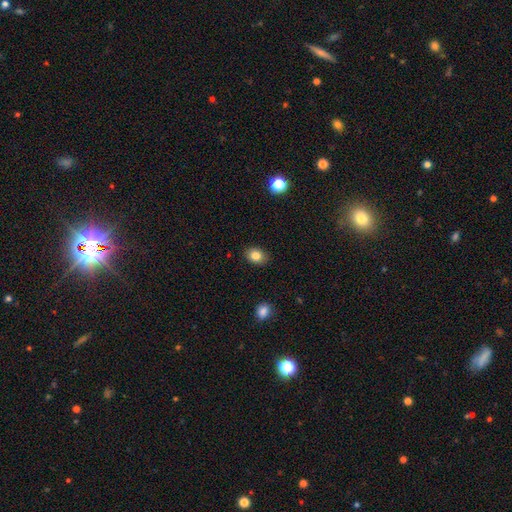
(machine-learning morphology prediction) Overall: smooth (84%). How rounded: in between (64%; round 35%). Merging: none (88%).